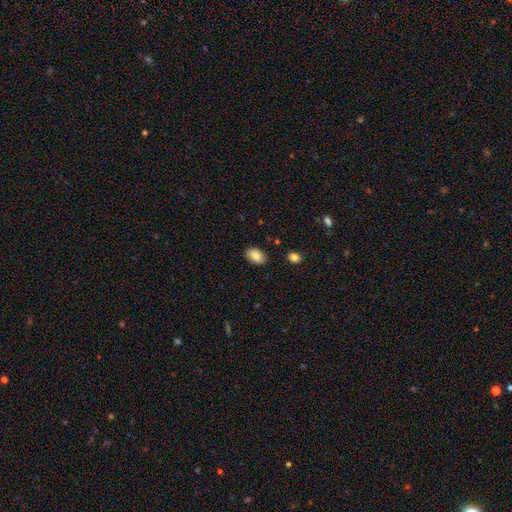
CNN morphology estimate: Overall: smooth (83%). How rounded: in between (89%). Merging: none (84%).